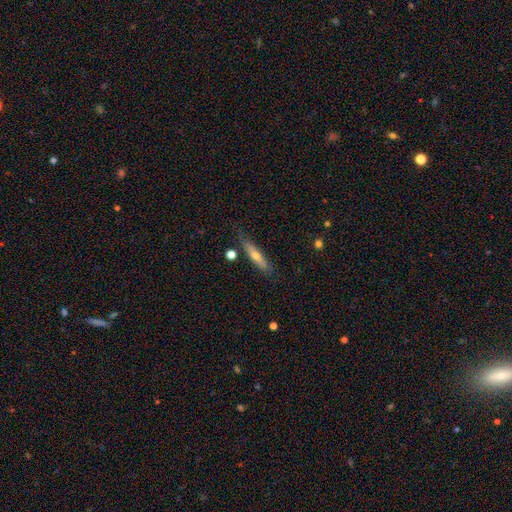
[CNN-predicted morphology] Smooth or featured: smooth — 50% (featured or disk — 44%)
Merging: none — 74% (minor disturbance — 19%)